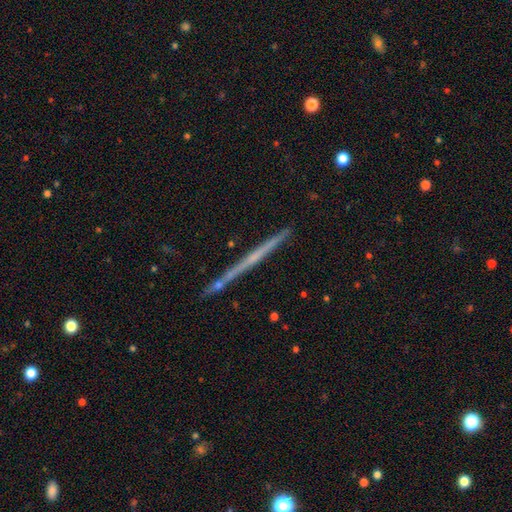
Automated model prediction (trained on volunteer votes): Morphology: type=featured or disk (64%); edge-on=yes (98%); edge-on bulge=none (87%); merging=none (88%).